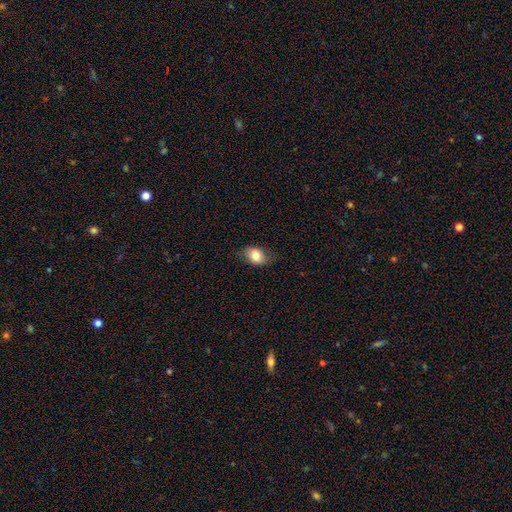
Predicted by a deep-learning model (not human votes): Smooth or featured? Predicted: smooth (p=0.82). How rounded? Predicted: in between (p=0.77). Merging? Predicted: none (p=0.73).